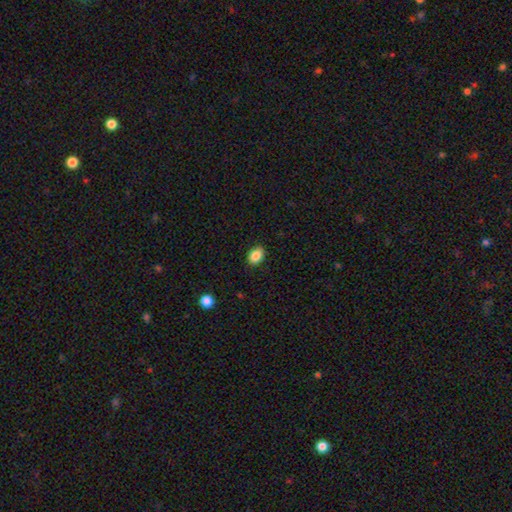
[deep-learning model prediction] Smooth or featured? smooth (87%)
How rounded? in between (75%)
Merging? none (88%)